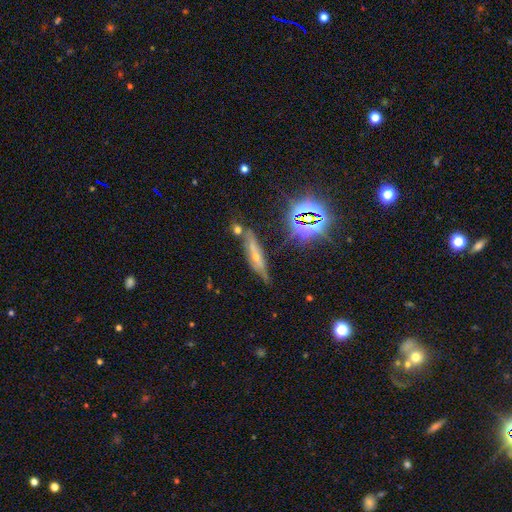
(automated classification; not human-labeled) A featured or disk galaxy (43%).

Vote fractions:
- Smooth or featured? featured or disk: 43% / smooth: 31% / star or artifact: 26%
- Merging? none: 58% / minor disturbance: 24% / merger: 9% / major disturbance: 9%